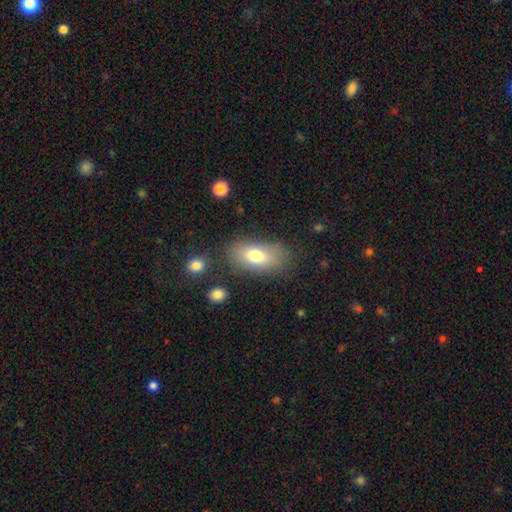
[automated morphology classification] type=smooth (74%); roundness=in between (88%); merging=none (74%).